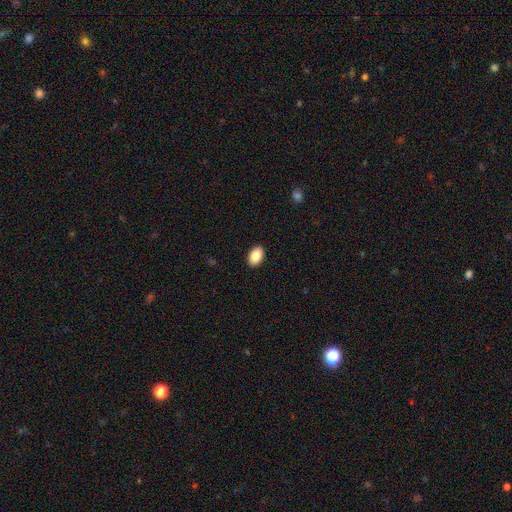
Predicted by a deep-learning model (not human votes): Smooth or featured? Predicted: smooth (p=0.87). How rounded? Predicted: in between (p=0.89). Merging? Predicted: none (p=0.91).